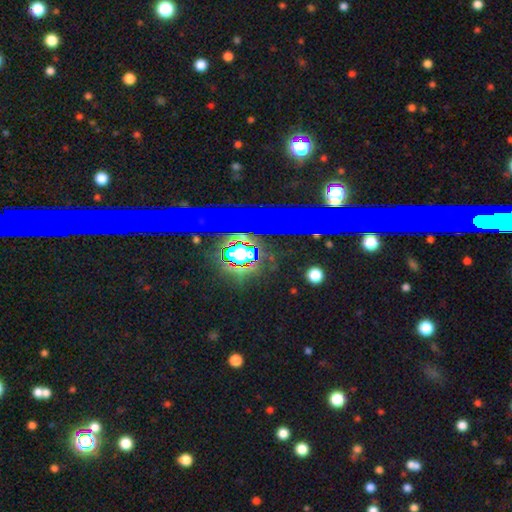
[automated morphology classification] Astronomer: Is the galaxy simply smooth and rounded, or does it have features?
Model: star or artifact — 75%.